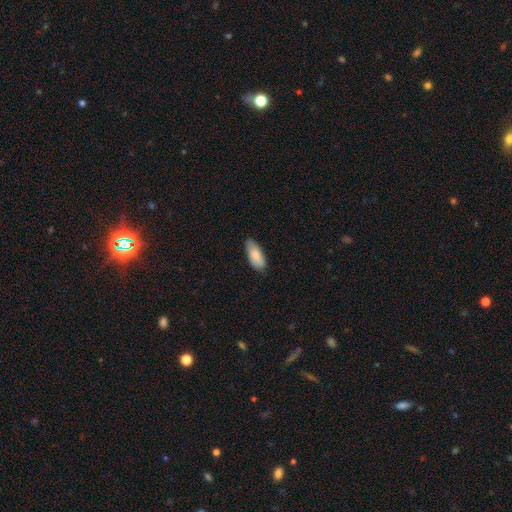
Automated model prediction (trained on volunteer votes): smooth_or_featured: smooth (p=0.85) [alt: featured or disk p=0.09]
how_rounded: in between (p=0.86) [alt: cigar-shaped p=0.12]
merging: none (p=0.78) [alt: minor disturbance p=0.19]